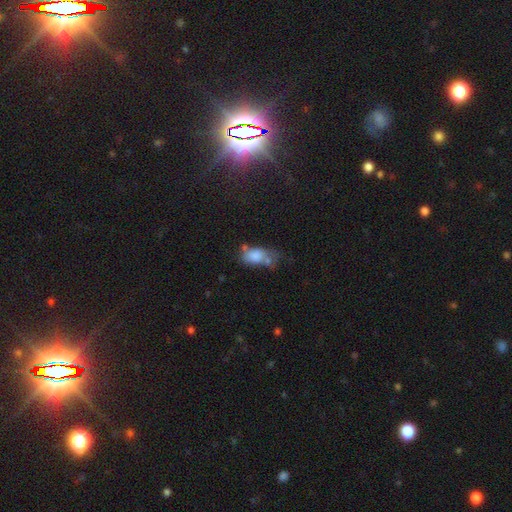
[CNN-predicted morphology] smooth 78%, featured or disk 13%, star or artifact 10%. Down the decision tree: how rounded — in between (83%); merging — merger (32%).